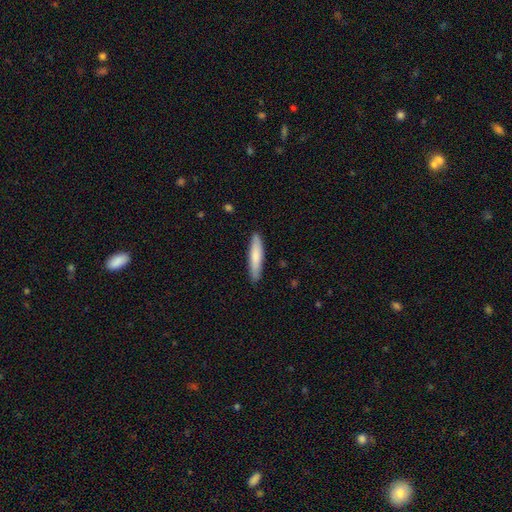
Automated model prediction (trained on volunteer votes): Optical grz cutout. It shows a smooth galaxy with no disk features (77%) that is cigar-shaped (84%). Merging: none (88%).